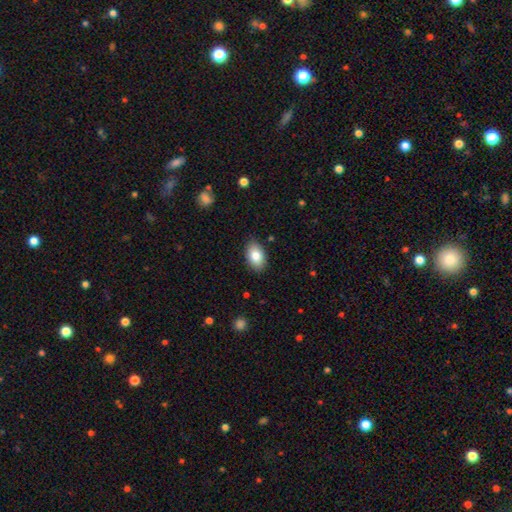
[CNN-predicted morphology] A smooth galaxy with no disk features (83%) that is in between round and cigar-shaped (91%). Merging: none (86%).